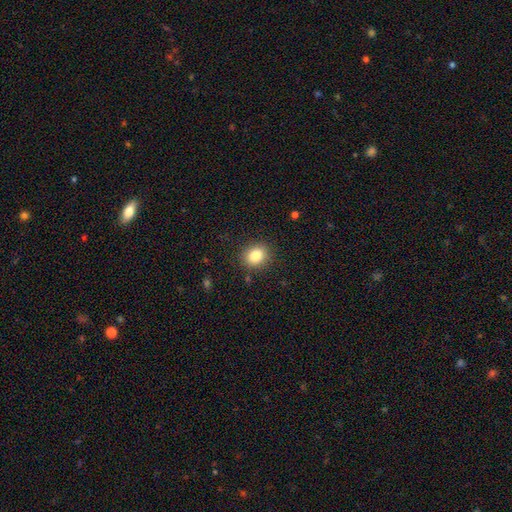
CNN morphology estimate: Smooth or featured?
  - smooth: 84% *
  - star or artifact: 10%
  - featured or disk: 6%
How rounded?
  - round: 67% *
  - in between: 32%
  - cigar-shaped: 1%
Merging?
  - none: 88% *
  - minor disturbance: 9%
  - major disturbance: 3%
  - merger: 1%